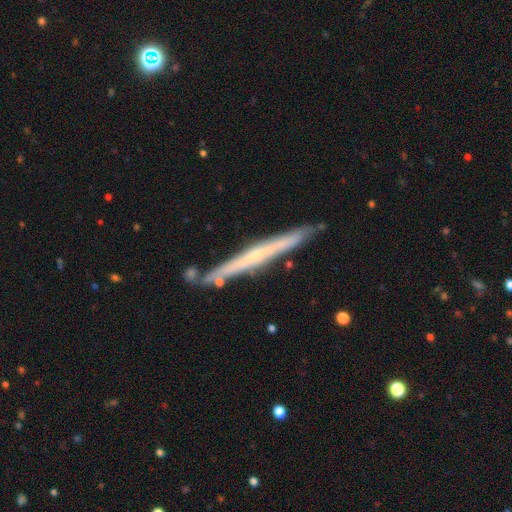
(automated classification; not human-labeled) This appears to be a featured or disk galaxy (67%) viewed edge-on (96%) with no central bulge (64%). Merging: none (80%).